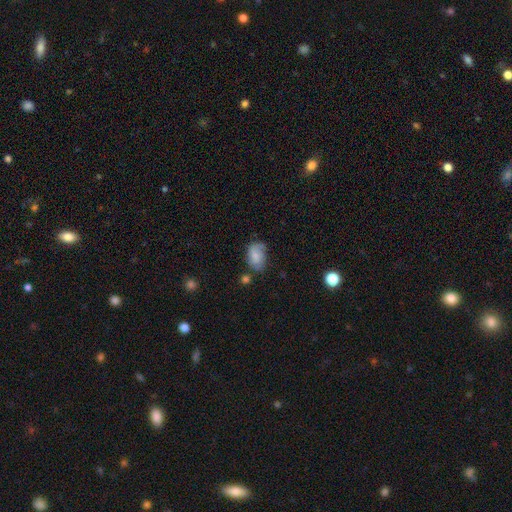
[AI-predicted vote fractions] Overall: smooth (70%). How rounded: in between (84%). Merging: none (52%; minor disturbance 32%).